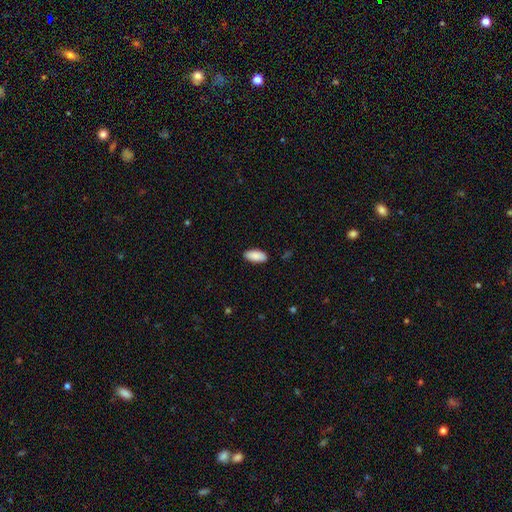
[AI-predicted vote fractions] This appears to be a smooth galaxy with no disk features (89%) that is in between round and cigar-shaped (91%). Merging: none (88%).